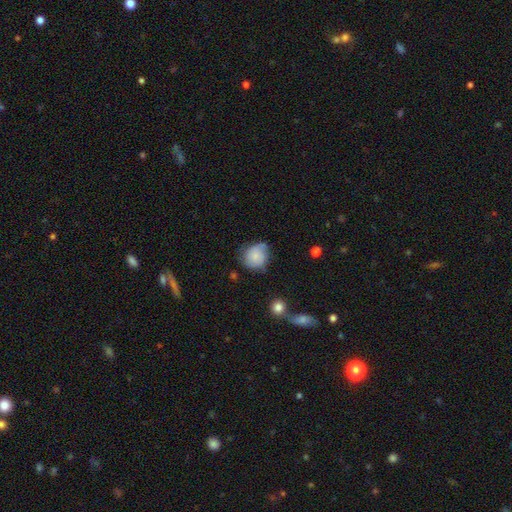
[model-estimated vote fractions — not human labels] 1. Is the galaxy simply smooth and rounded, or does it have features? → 71% smooth, 21% featured or disk, 8% star or artifact.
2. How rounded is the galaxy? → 74% round, 25% in between, 1% cigar-shaped.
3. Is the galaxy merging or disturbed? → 54% none, 33% minor disturbance, 9% major disturbance, 4% merger.